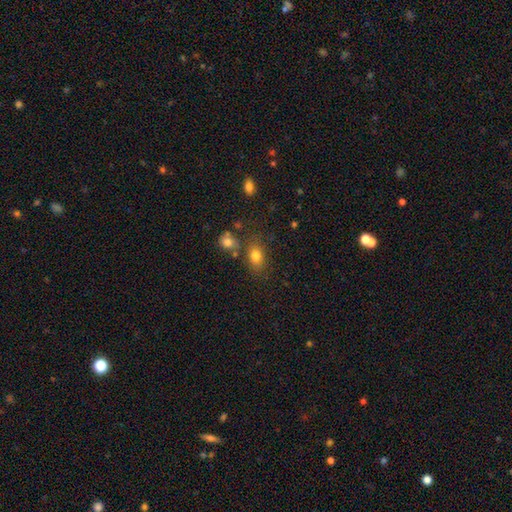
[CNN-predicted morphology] Smooth or featured?
  - smooth: 79% *
  - star or artifact: 12%
  - featured or disk: 9%
How rounded?
  - in between: 72% *
  - round: 26%
  - cigar-shaped: 2%
Merging?
  - none: 69% *
  - minor disturbance: 15%
  - merger: 11%
  - major disturbance: 5%